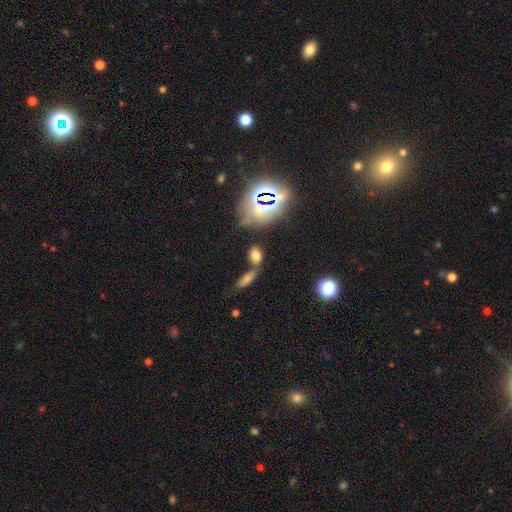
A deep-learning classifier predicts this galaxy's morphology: Smooth or featured? Predicted: smooth (p=0.66). How rounded? Predicted: in between (p=0.83). Merging? Predicted: none (p=0.64).